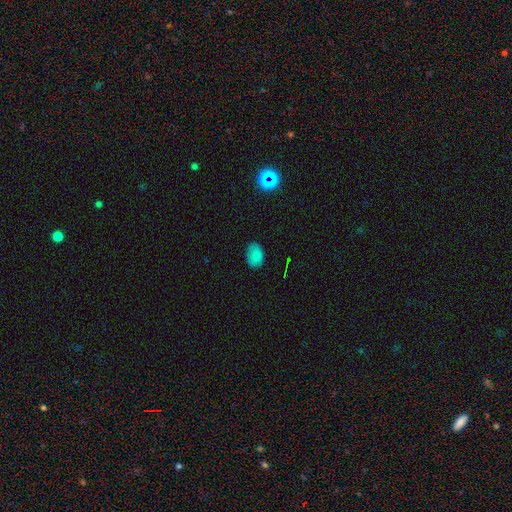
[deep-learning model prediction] smooth 80%, star or artifact 15%, featured or disk 5%. Down the decision tree: how rounded — in between (82%); merging — none (76%).